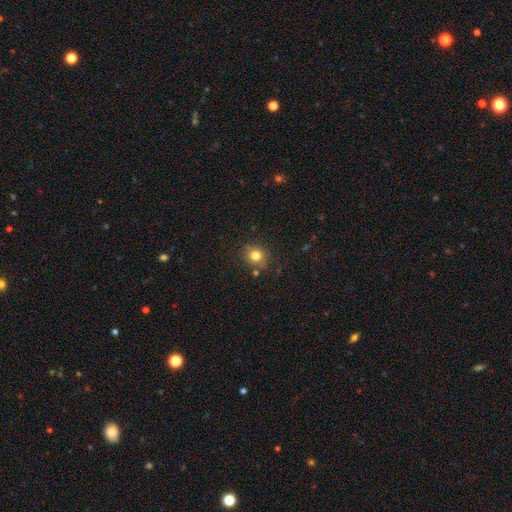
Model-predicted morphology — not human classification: This is likely a smooth galaxy (80%). How rounded: clearly round (81%). Merging: likely none (77%).